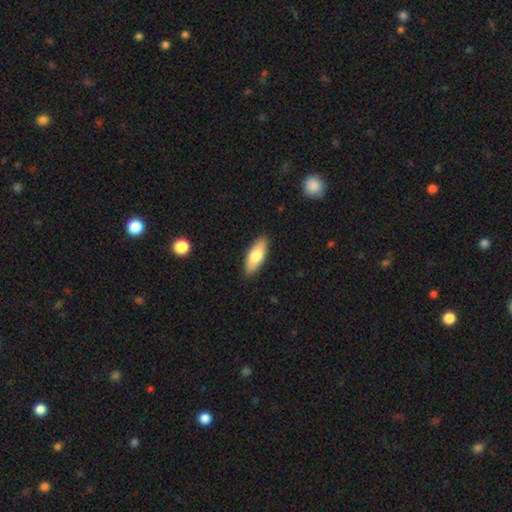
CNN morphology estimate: smooth_or_featured: smooth (p=0.77) [alt: featured or disk p=0.18]
how_rounded: in between (p=0.70) [alt: cigar-shaped p=0.28]
merging: none (p=0.88) [alt: minor disturbance p=0.09]